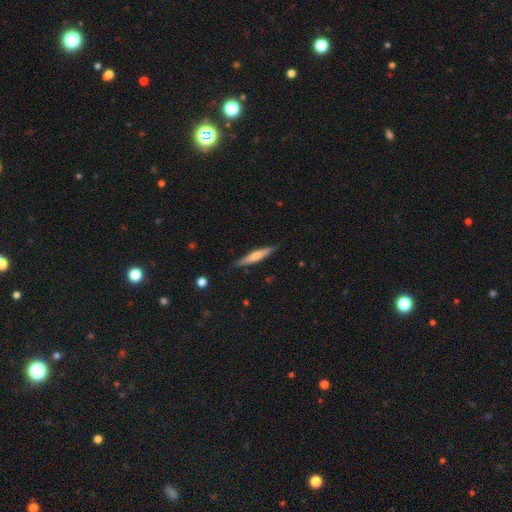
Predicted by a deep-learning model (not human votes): Overall: featured or disk (49%; smooth 46%). Merging: none (88%).